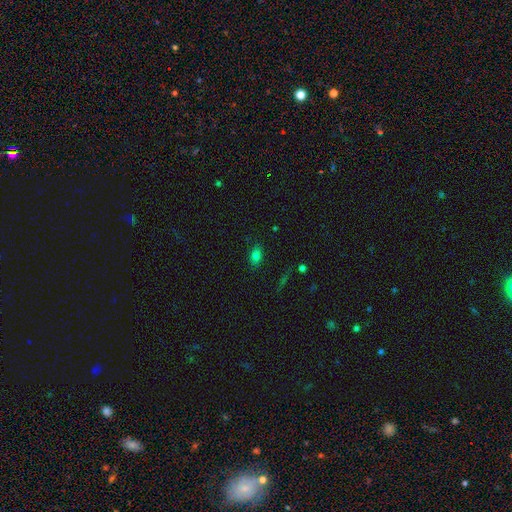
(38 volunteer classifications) This appears to be a smooth galaxy with no disk features (84%) that is in between round and cigar-shaped (84%). Merging: none (78%).